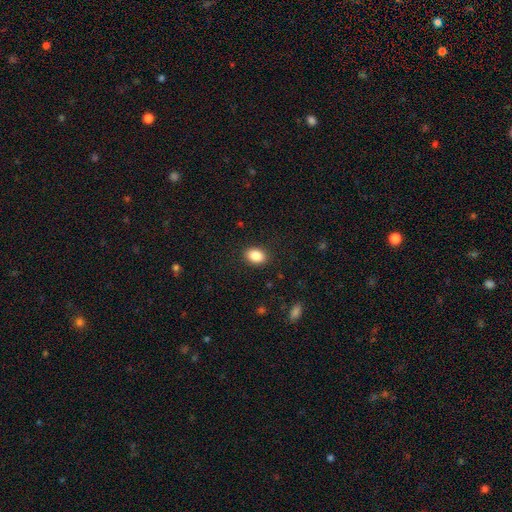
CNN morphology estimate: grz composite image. It shows a smooth galaxy with no disk features (87%) that is in between round and cigar-shaped (79%). Merging: none (89%).